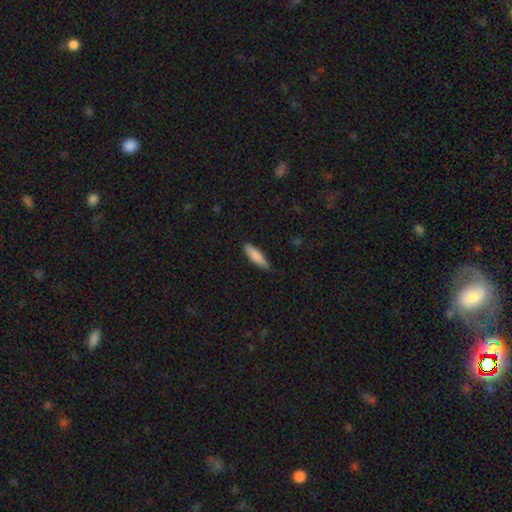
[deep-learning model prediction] smooth_or_featured: smooth (p=0.84) [alt: featured or disk p=0.11]
how_rounded: cigar-shaped (p=0.74) [alt: in between p=0.24]
merging: none (p=0.87) [alt: minor disturbance p=0.10]